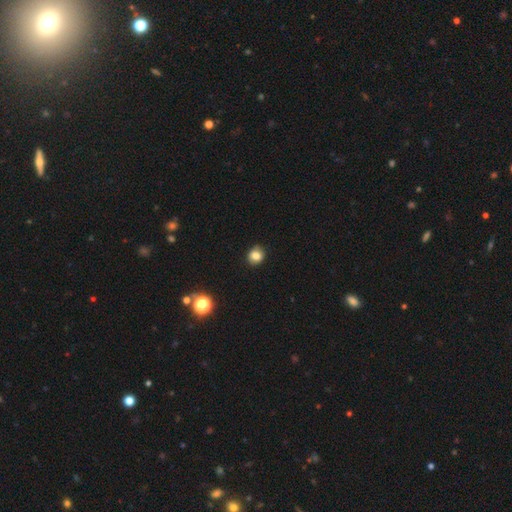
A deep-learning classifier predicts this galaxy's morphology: Q: Smooth or featured?
A: smooth (81%); runner-up: star or artifact (11%)
Q: How rounded?
A: round (75%); runner-up: in between (24%)
Q: Merging?
A: none (85%); runner-up: minor disturbance (11%)